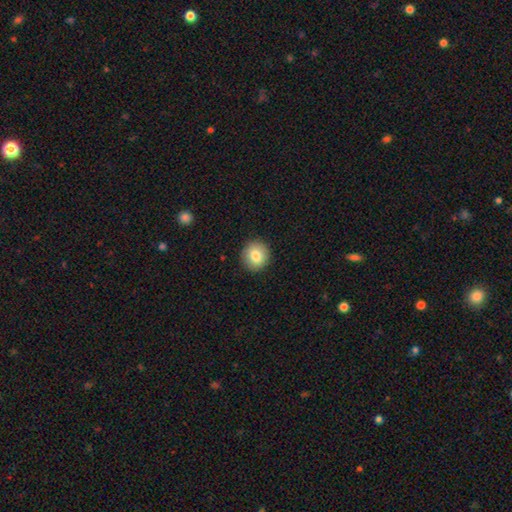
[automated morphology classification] This is clearly a smooth galaxy (82%). How rounded: clearly round (90%). Merging: clearly none (92%).